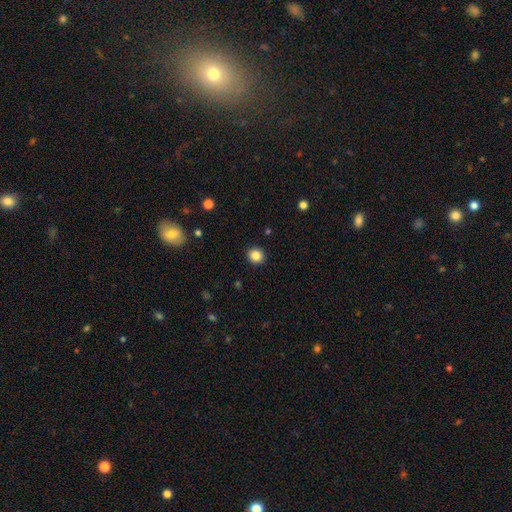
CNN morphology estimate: The model was most divided on "how rounded": round: 86%, in between: 13%, cigar-shaped: 1%. More confident: merging — none (92%); smooth or featured — smooth (85%).